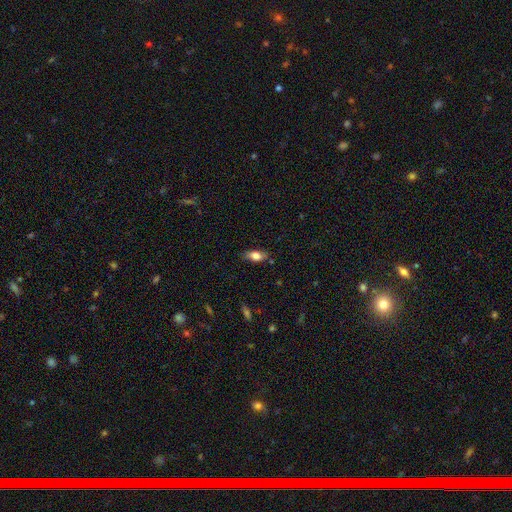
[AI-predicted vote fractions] Morphology: type=smooth (74%); roundness=in between (80%); merging=none (75%).